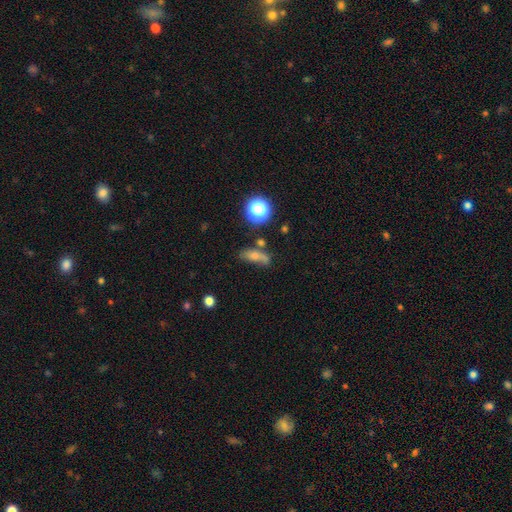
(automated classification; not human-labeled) Morphology: type=smooth (65%); roundness=in between (60%); merging=none (45%).